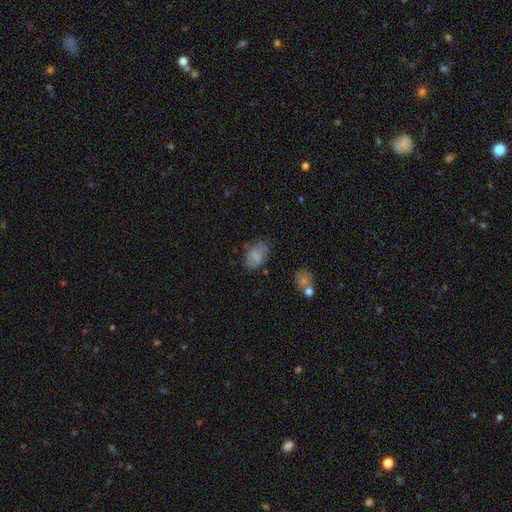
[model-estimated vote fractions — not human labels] smooth-or-featured: smooth: 79% | featured or disk: 12% | star or artifact: 8%
  how-rounded: in between: 88% | round: 11% | cigar-shaped: 1%
  merging: none: 65% | minor disturbance: 24% | major disturbance: 7% | merger: 4%